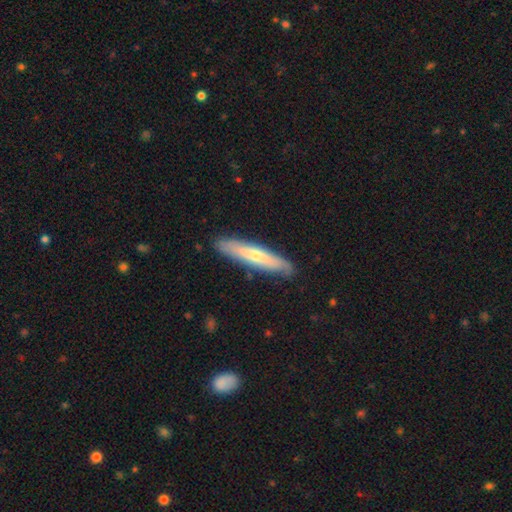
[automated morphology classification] Smooth or featured?
  - smooth: 52% *
  - featured or disk: 42%
  - star or artifact: 6%
How rounded?
  - cigar-shaped: 88% *
  - in between: 11%
  - round: 1%
Merging?
  - none: 86% *
  - minor disturbance: 11%
  - major disturbance: 2%
  - merger: 1%